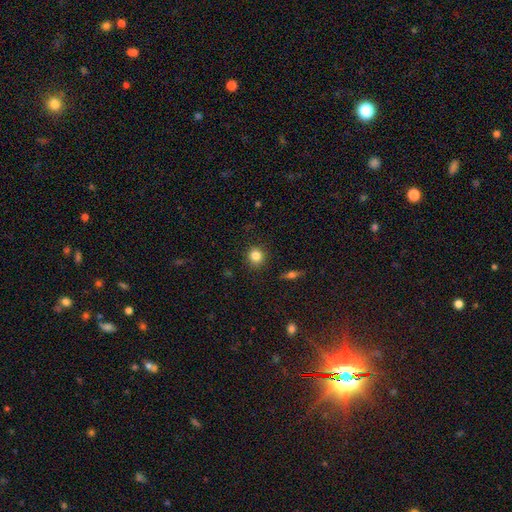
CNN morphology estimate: Q: Smooth or featured?
A: smooth (84%); runner-up: star or artifact (10%)
Q: How rounded?
A: round (91%); runner-up: in between (8%)
Q: Merging?
A: none (90%); runner-up: minor disturbance (7%)